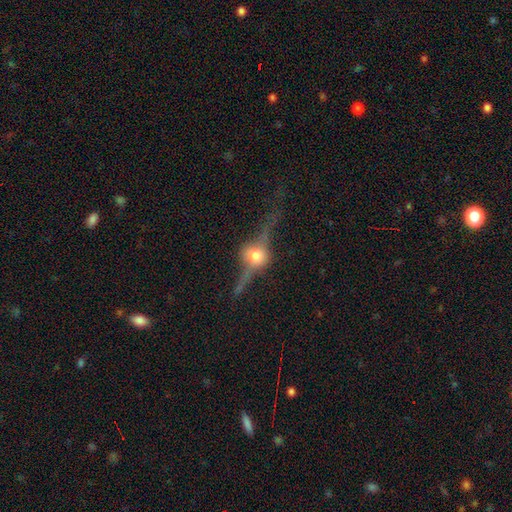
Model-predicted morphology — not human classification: Smooth or featured? Predicted: featured or disk (p=0.81). Edge-on disk? Predicted: yes (p=0.94). Edge-on bulge? Predicted: rounded (p=0.96). Merging? Predicted: none (p=0.73).